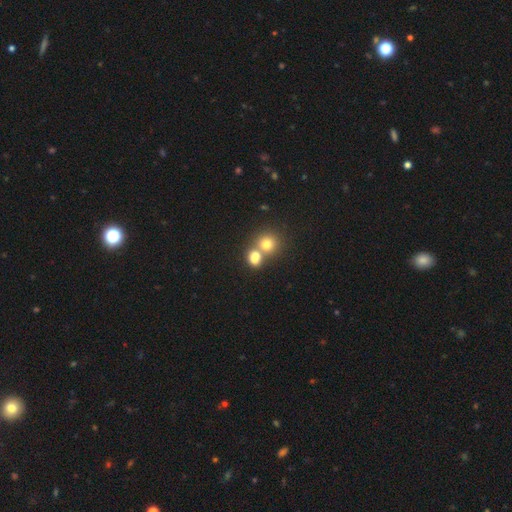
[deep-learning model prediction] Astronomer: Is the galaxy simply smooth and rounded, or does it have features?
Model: smooth — 75%.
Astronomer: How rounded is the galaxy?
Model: round — 70%.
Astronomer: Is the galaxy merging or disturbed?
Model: merger — 55% (runner-up: none, 36%).